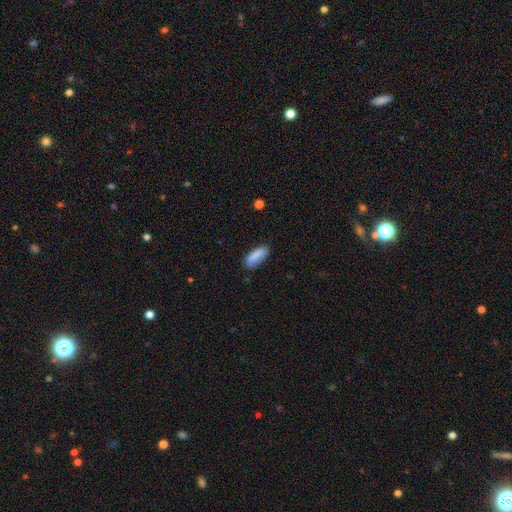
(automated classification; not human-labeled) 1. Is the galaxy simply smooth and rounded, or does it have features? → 86% smooth, 7% star or artifact, 7% featured or disk.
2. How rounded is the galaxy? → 67% in between, 32% cigar-shaped, 2% round.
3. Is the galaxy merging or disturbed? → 79% none, 16% minor disturbance, 3% major disturbance, 2% merger.